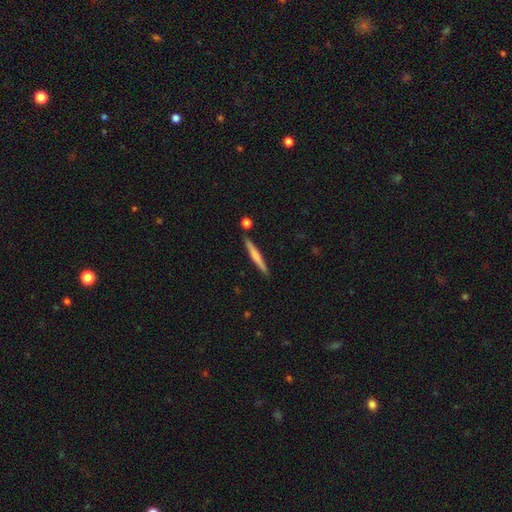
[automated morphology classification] smooth-or-featured: smooth: 58% | featured or disk: 37% | star or artifact: 5%
  how-rounded: cigar-shaped: 96% | in between: 3% | round: 1%
  merging: none: 87% | minor disturbance: 8% | merger: 4% | major disturbance: 2%